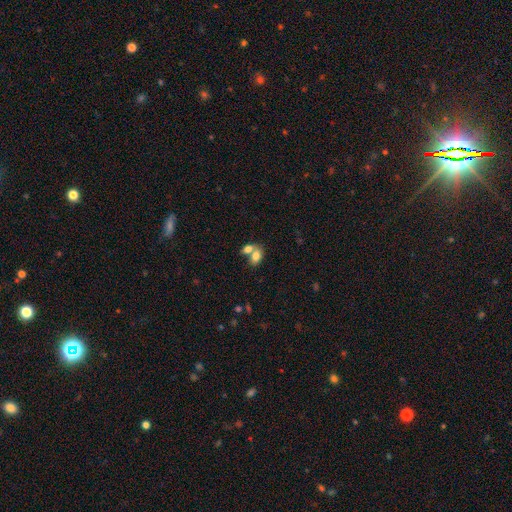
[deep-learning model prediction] Morphology: type=smooth (77%); roundness=in between (83%); merging=merger (61%).